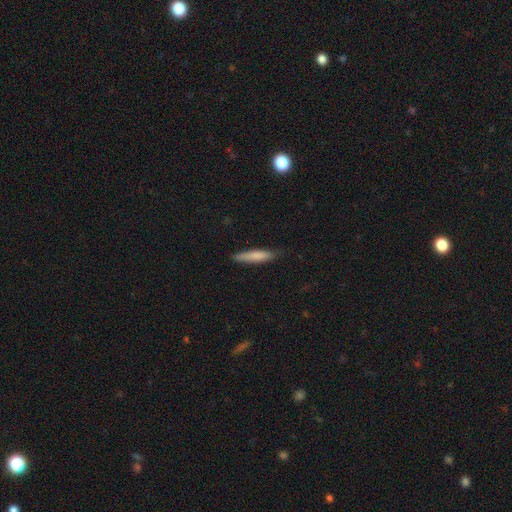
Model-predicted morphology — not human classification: Overall: smooth (77%). How rounded: cigar-shaped (88%). Merging: none (83%).